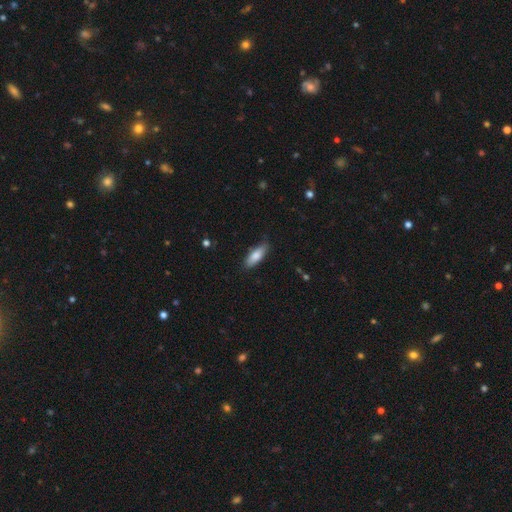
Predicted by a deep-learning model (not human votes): Q: Smooth or featured?
A: smooth (81%); runner-up: featured or disk (13%)
Q: How rounded?
A: in between (66%); runner-up: cigar-shaped (32%)
Q: Merging?
A: none (79%); runner-up: minor disturbance (17%)